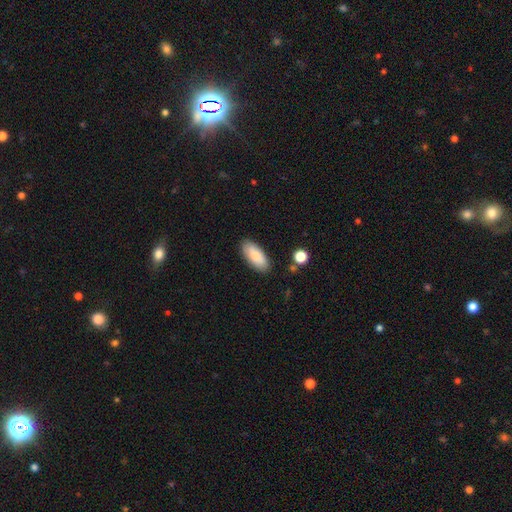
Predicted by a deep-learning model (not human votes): A smooth galaxy with no disk features (86%) that is in between round and cigar-shaped (85%). Merging: none (86%).